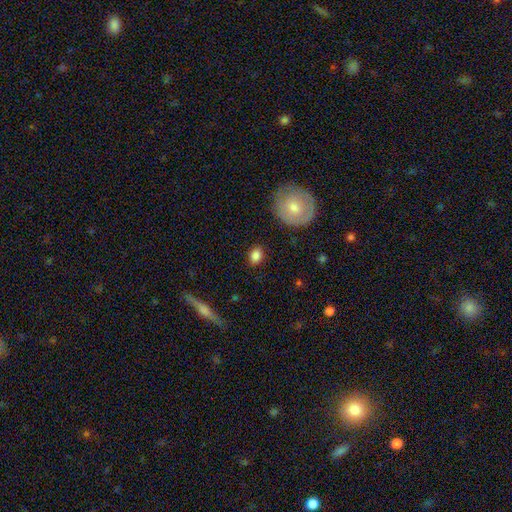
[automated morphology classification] Q: Smooth or featured?
A: smooth (84%); runner-up: star or artifact (9%)
Q: How rounded?
A: in between (56%); runner-up: round (42%)
Q: Merging?
A: none (87%); runner-up: minor disturbance (9%)